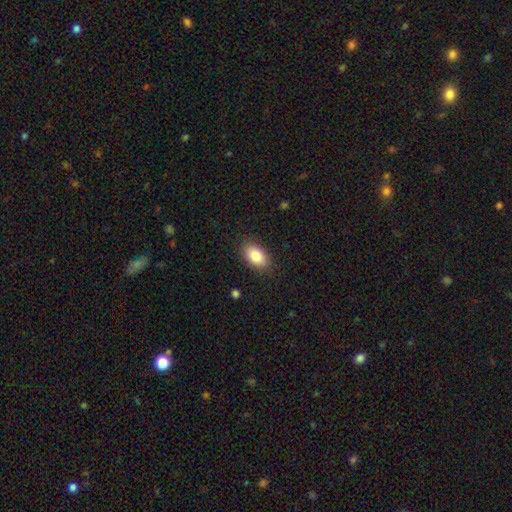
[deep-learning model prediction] A smooth galaxy with no disk features (84%) that is in between round and cigar-shaped (90%). Merging: none (87%).